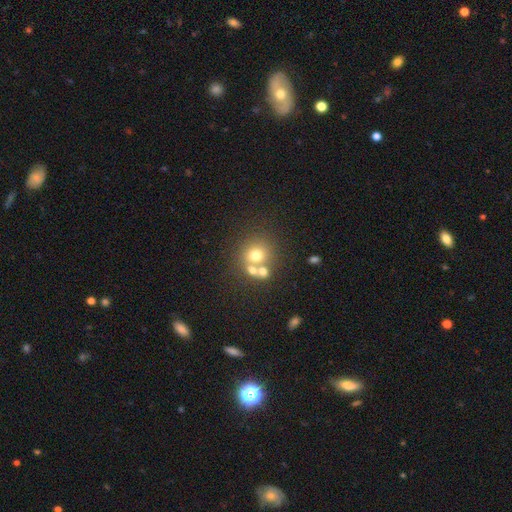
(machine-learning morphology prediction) Smooth or featured?
  - smooth: 66% *
  - featured or disk: 19%
  - star or artifact: 15%
How rounded?
  - round: 83% *
  - in between: 16%
  - cigar-shaped: 1%
Merging?
  - none: 45% *
  - merger: 42%
  - minor disturbance: 8%
  - major disturbance: 5%